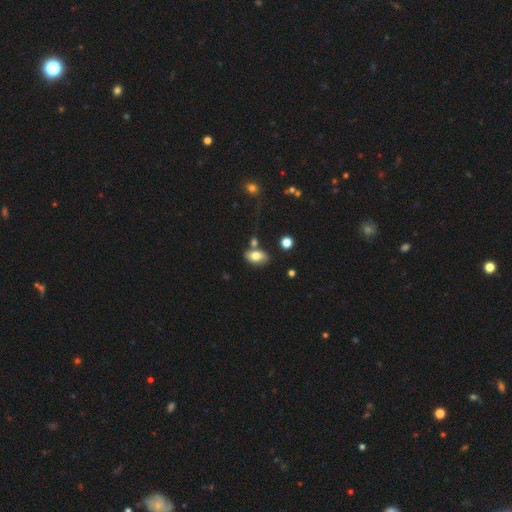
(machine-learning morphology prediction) Smooth or featured? Predicted: smooth (p=0.76). How rounded? Predicted: in between (p=0.89). Merging? Predicted: none (p=0.64).